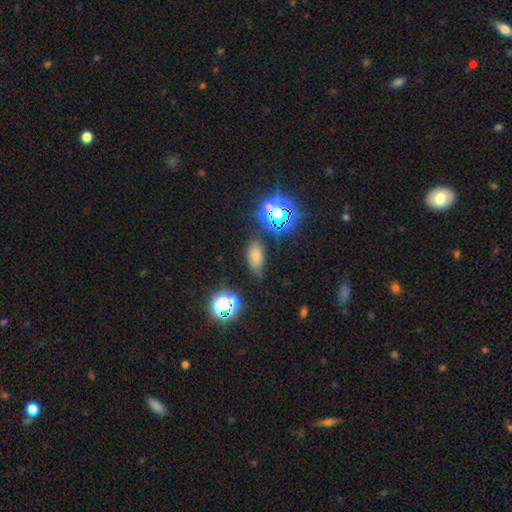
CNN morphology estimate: smooth_or_featured: smooth (p=0.64) [alt: star or artifact p=0.26]
how_rounded: in between (p=0.86) [alt: round p=0.08]
merging: none (p=0.70) [alt: minor disturbance p=0.20]